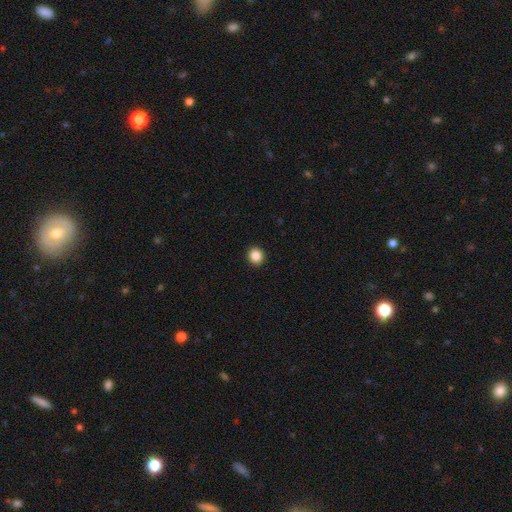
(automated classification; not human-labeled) smooth-or-featured: smooth: 87% | star or artifact: 10% | featured or disk: 3%
  how-rounded: round: 86% | in between: 13% | cigar-shaped: 1%
  merging: none: 93% | minor disturbance: 5% | major disturbance: 2% | merger: 1%